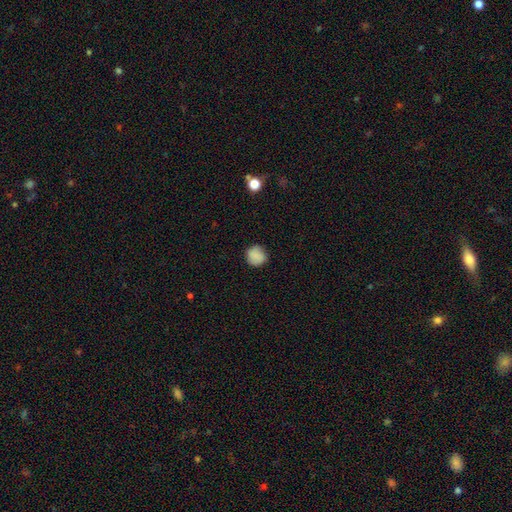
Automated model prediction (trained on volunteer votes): Q: Smooth or featured?
A: smooth (86%); runner-up: star or artifact (9%)
Q: How rounded?
A: round (92%); runner-up: in between (7%)
Q: Merging?
A: none (85%); runner-up: minor disturbance (11%)